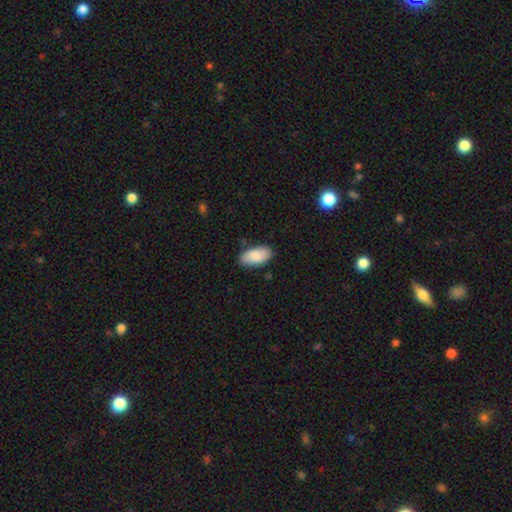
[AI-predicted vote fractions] Smooth or featured?
  - smooth: 83% *
  - featured or disk: 11%
  - star or artifact: 6%
How rounded?
  - in between: 94% *
  - cigar-shaped: 3%
  - round: 2%
Merging?
  - none: 83% *
  - minor disturbance: 13%
  - major disturbance: 2%
  - merger: 2%